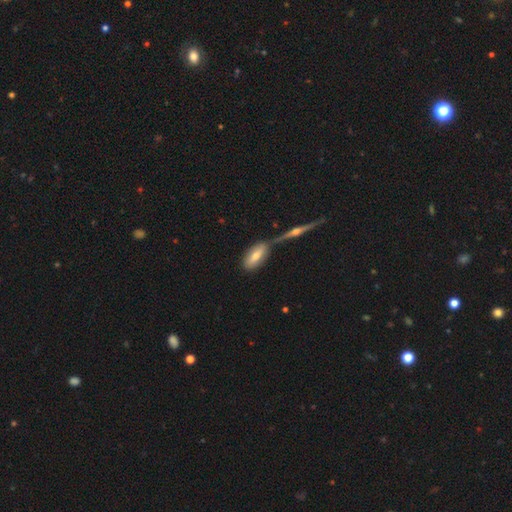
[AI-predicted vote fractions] A smooth galaxy with no disk features (64%) that is in between round and cigar-shaped (81%).

Vote fractions:
- Smooth or featured? smooth: 64% / featured or disk: 29% / star or artifact: 7%
- How rounded? in between: 81% / cigar-shaped: 16% / round: 3%
- Merging? none: 56% / merger: 26% / minor disturbance: 14% / major disturbance: 4%